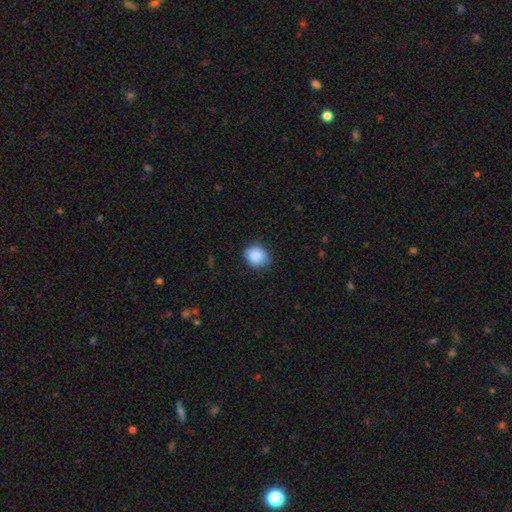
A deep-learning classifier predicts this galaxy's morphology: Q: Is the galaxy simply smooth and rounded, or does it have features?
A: smooth — 88%.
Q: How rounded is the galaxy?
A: round — 72%.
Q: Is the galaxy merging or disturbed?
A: none — 79%.